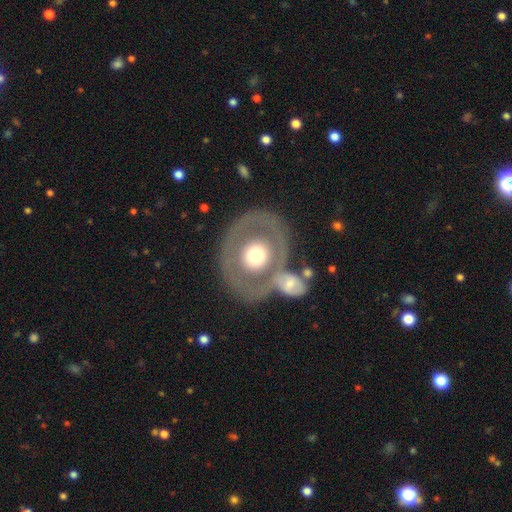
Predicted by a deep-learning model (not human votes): Smooth or featured? Predicted: featured or disk (p=0.54). Edge-on disk? Predicted: no (p=0.94). Bar? Predicted: no (p=0.90). Spiral arms? Predicted: no (p=0.87). Bulge size? Predicted: moderate (p=0.59). Merging? Predicted: none (p=0.58).